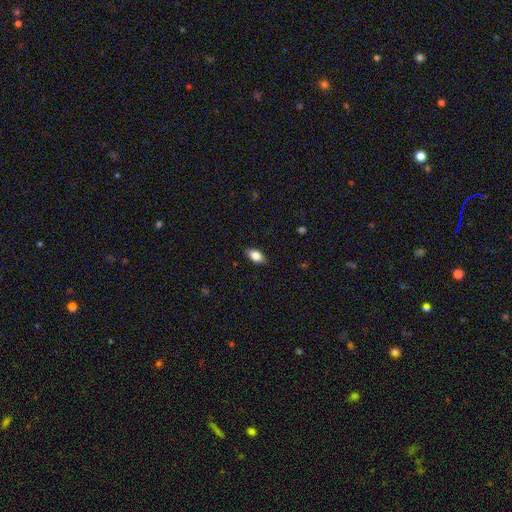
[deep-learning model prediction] Q: Smooth or featured?
A: smooth (85%); runner-up: featured or disk (8%)
Q: How rounded?
A: in between (91%); runner-up: round (6%)
Q: Merging?
A: none (86%); runner-up: minor disturbance (11%)